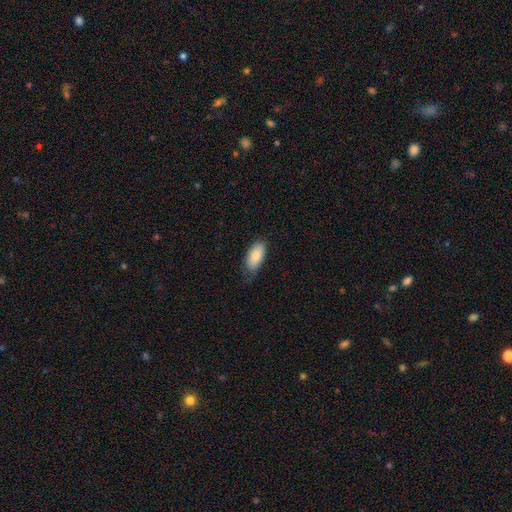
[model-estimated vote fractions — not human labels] This is clearly a smooth galaxy (84%). How rounded: clearly in between (91%). Merging: likely none (66%).